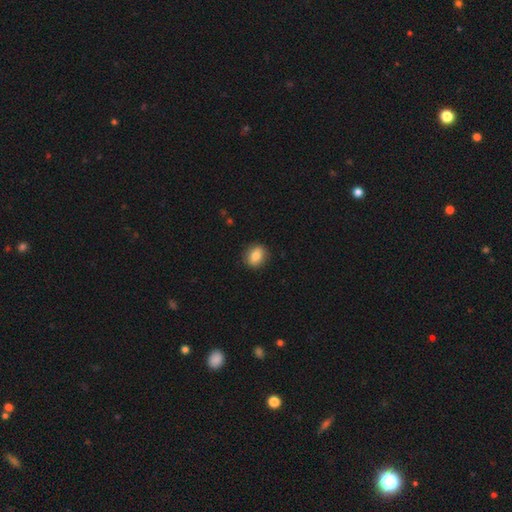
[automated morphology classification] This is clearly a smooth galaxy (83%). How rounded: possibly round (52%). Merging: clearly none (89%).